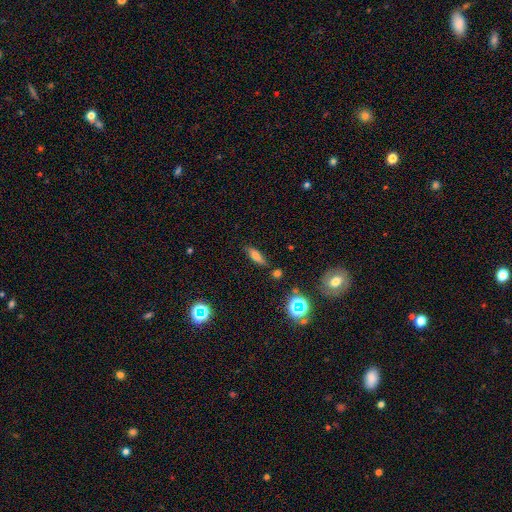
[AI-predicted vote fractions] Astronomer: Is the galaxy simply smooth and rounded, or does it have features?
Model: smooth — 66%.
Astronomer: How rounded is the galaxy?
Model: in between — 56% (runner-up: cigar-shaped, 39%).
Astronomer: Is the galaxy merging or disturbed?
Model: none — 75%.